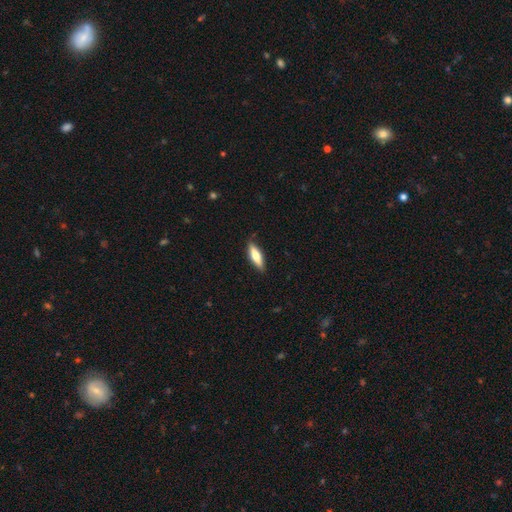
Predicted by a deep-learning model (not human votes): A smooth galaxy with no disk features (67%) that is cigar-shaped (55%).

Vote fractions:
- Smooth or featured? smooth: 67% / featured or disk: 28% / star or artifact: 6%
- How rounded? cigar-shaped: 55% / in between: 43% / round: 2%
- Merging? none: 84% / minor disturbance: 13% / major disturbance: 2% / merger: 1%